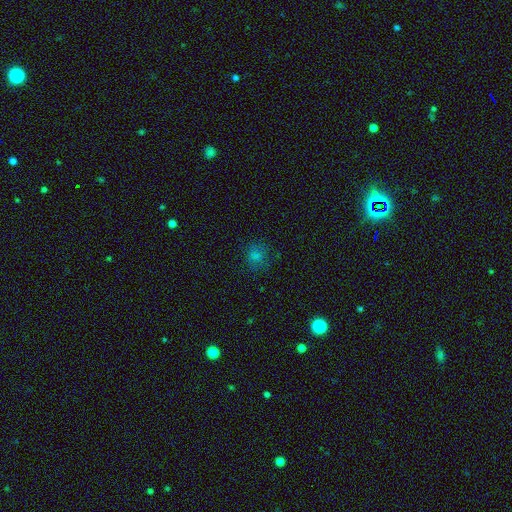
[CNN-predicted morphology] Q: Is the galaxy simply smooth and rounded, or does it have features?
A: smooth — 63%.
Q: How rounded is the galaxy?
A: round — 85%.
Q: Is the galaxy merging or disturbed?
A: none — 82%.